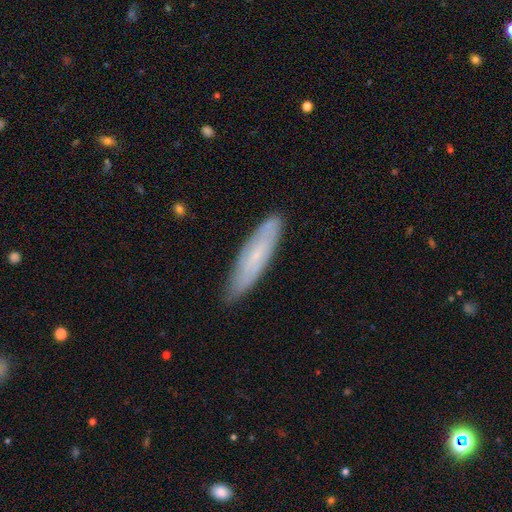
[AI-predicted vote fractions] Q: Smooth or featured?
A: smooth (49%); runner-up: featured or disk (44%)
Q: Merging?
A: none (83%); runner-up: minor disturbance (14%)